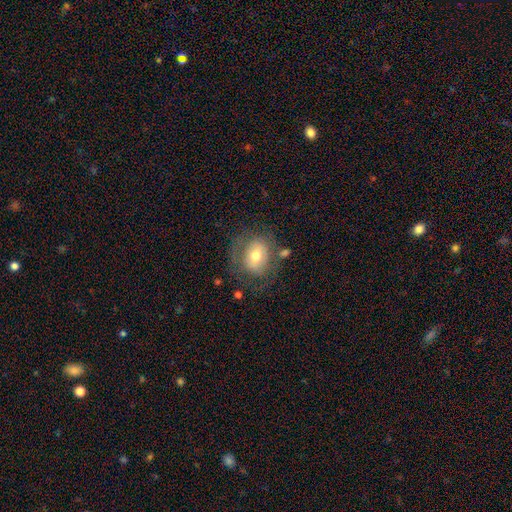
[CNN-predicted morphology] This is possibly a smooth galaxy (52%). How rounded: likely round (61%). Merging: likely none (63%).